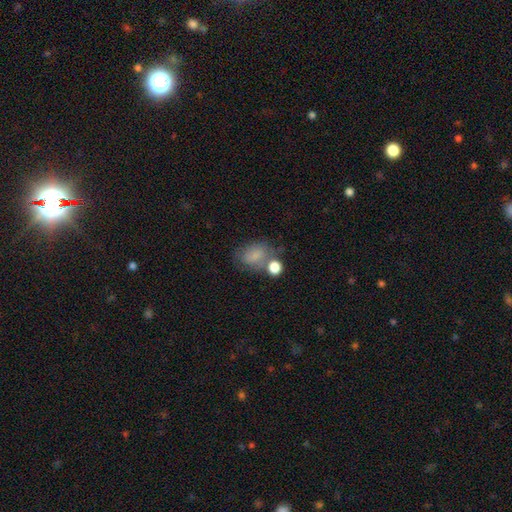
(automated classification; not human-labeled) This is likely a smooth galaxy (70%). How rounded: likely in between (63%). Merging: marginally none (45%).